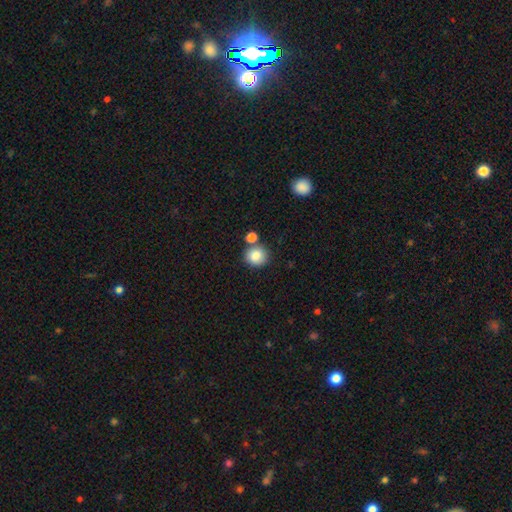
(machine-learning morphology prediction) A smooth galaxy with no disk features (84%) that is round (86%).

Vote fractions:
- Smooth or featured? smooth: 84% / star or artifact: 9% / featured or disk: 6%
- How rounded? round: 86% / in between: 13% / cigar-shaped: 1%
- Merging? none: 71% / merger: 16% / minor disturbance: 10% / major disturbance: 3%